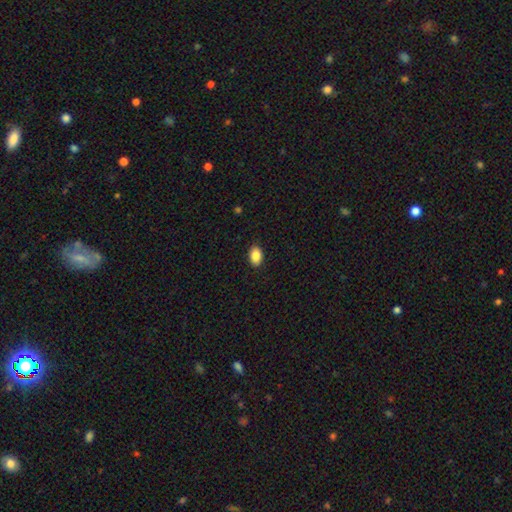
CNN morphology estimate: This appears to be a smooth galaxy with no disk features (89%) that is in between round and cigar-shaped (88%). Merging: none (89%).